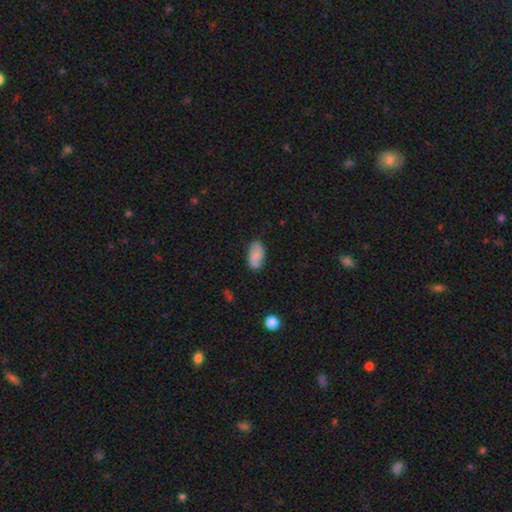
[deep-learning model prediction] Smooth or featured? smooth (72%)
How rounded? in between (94%)
Merging? none (78%)